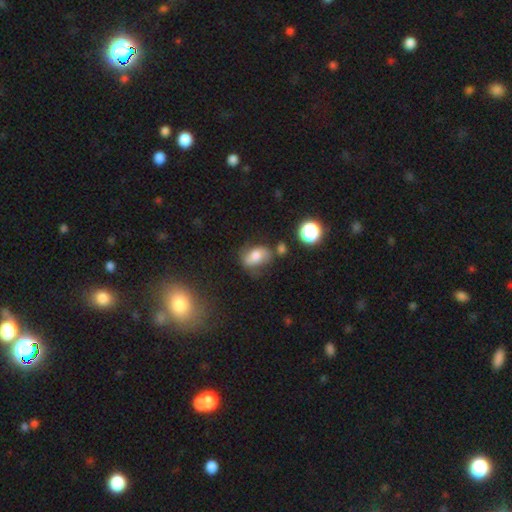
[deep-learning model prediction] smooth-or-featured: smooth: 63% | featured or disk: 25% | star or artifact: 12%
  how-rounded: in between: 80% | round: 19% | cigar-shaped: 2%
  merging: none: 54% | minor disturbance: 25% | major disturbance: 11% | merger: 9%